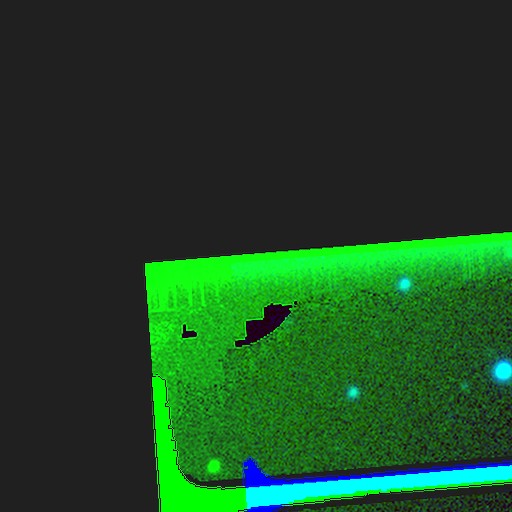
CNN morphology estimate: star or artifact 88%, featured or disk 6%, smooth 5%.